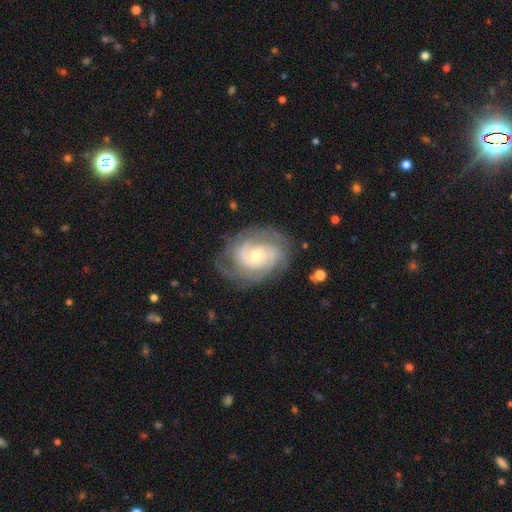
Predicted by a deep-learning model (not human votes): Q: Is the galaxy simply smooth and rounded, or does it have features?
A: featured or disk — 85%.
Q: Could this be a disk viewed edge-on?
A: no — 98%.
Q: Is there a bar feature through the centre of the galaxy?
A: no — 66%.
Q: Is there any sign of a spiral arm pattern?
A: yes — 95%.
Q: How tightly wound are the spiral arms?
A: tight — 62%.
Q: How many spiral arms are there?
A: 2 — 30%.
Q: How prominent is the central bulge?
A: small — 54%.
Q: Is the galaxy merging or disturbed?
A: none — 73%.